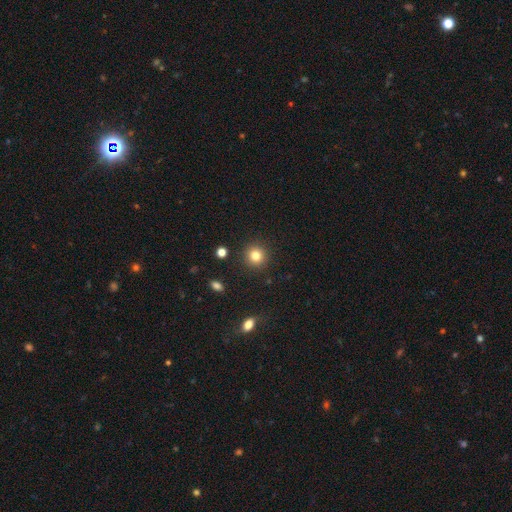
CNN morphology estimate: The model was most divided on "smooth or featured": smooth: 82%, star or artifact: 12%, featured or disk: 6%. More confident: how rounded — round (93%); merging — none (91%).